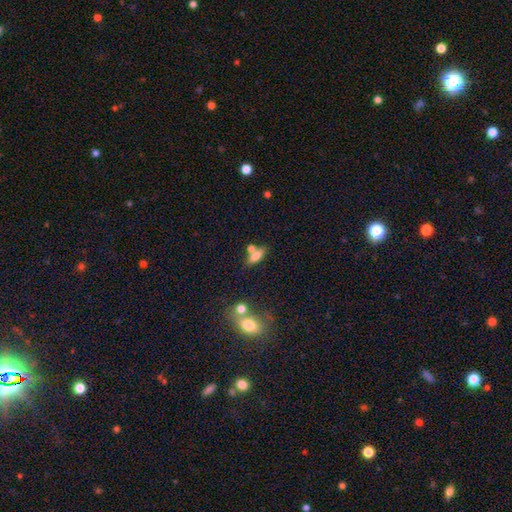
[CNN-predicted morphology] This appears to be a smooth galaxy with no disk features (70%) that is in between round and cigar-shaped (64%). Merging: none (55%).